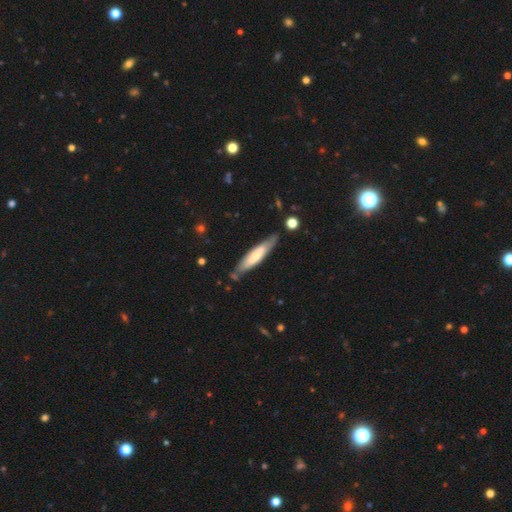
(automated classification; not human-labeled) The model was most divided on "smooth or featured": smooth: 56%, featured or disk: 39%, star or artifact: 5%. More confident: how rounded — cigar-shaped (83%); merging — none (78%).